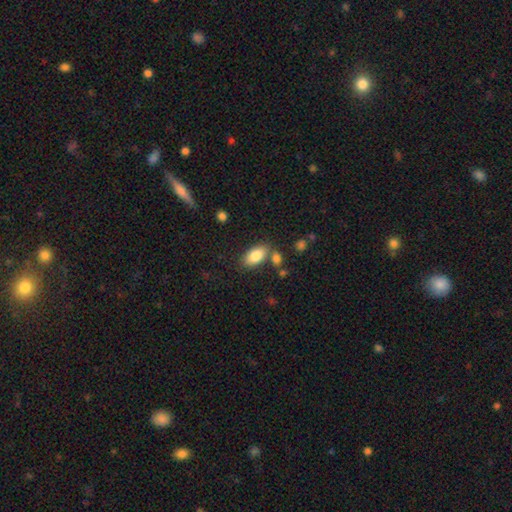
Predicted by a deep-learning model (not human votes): Overall: smooth (85%). How rounded: in between (93%). Merging: none (74%).